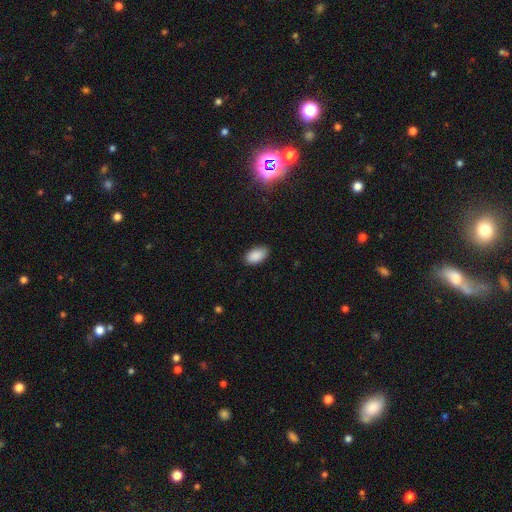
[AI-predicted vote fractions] Smooth or featured: smooth — 88% (star or artifact — 7%)
How rounded: in between — 94% (round — 4%)
Merging: none — 85% (minor disturbance — 12%)